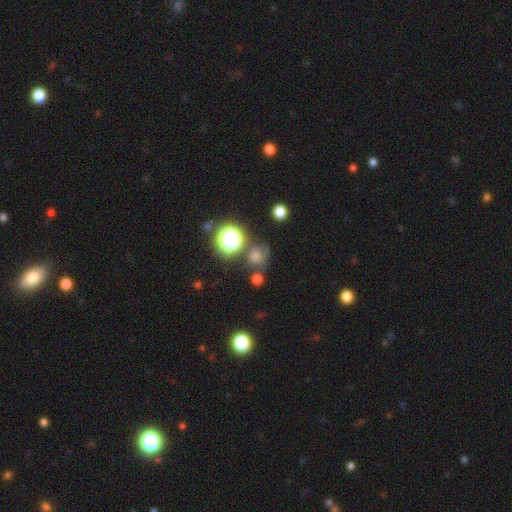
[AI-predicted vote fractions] Smooth or featured: smooth — 62% (star or artifact — 27%)
How rounded: round — 80% (in between — 19%)
Merging: none — 60% (minor disturbance — 17%)